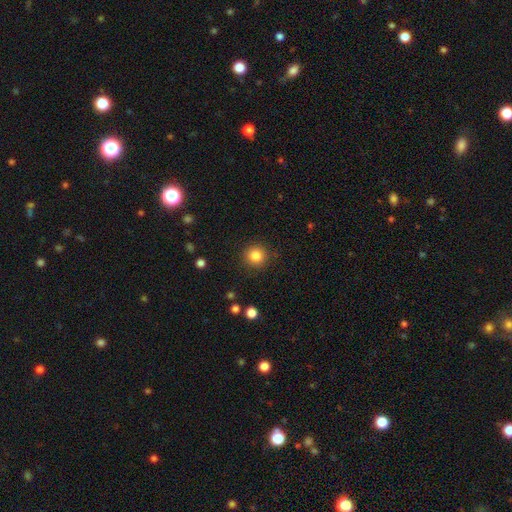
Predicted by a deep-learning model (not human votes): Smooth or featured?
  - smooth: 84% *
  - star or artifact: 11%
  - featured or disk: 5%
How rounded?
  - round: 93% *
  - in between: 6%
  - cigar-shaped: 1%
Merging?
  - none: 89% *
  - minor disturbance: 7%
  - major disturbance: 3%
  - merger: 1%